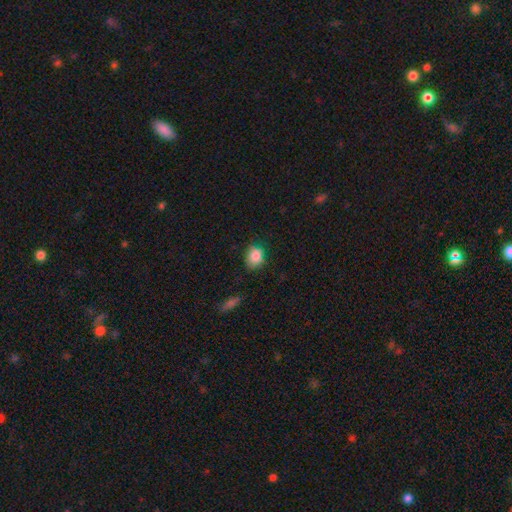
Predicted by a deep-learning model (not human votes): The model was most divided on "how rounded": round: 50%, in between: 48%, cigar-shaped: 1%. More confident: smooth or featured — smooth (84%); merging — none (68%).